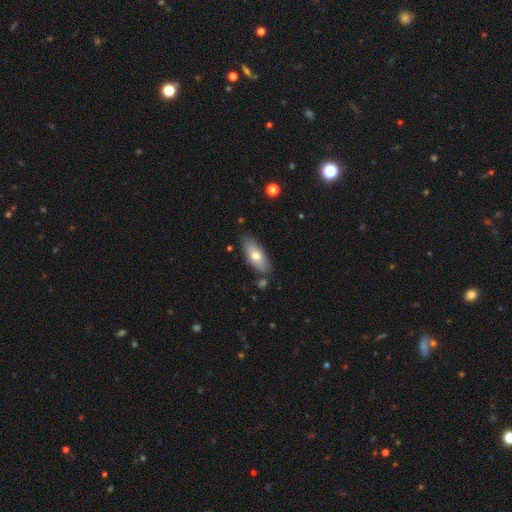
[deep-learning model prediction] A smooth galaxy with no disk features (67%) that is in between round and cigar-shaped (77%).

Vote fractions:
- Smooth or featured? smooth: 67% / featured or disk: 26% / star or artifact: 6%
- How rounded? in between: 77% / cigar-shaped: 21% / round: 3%
- Merging? none: 80% / minor disturbance: 14% / merger: 4% / major disturbance: 3%